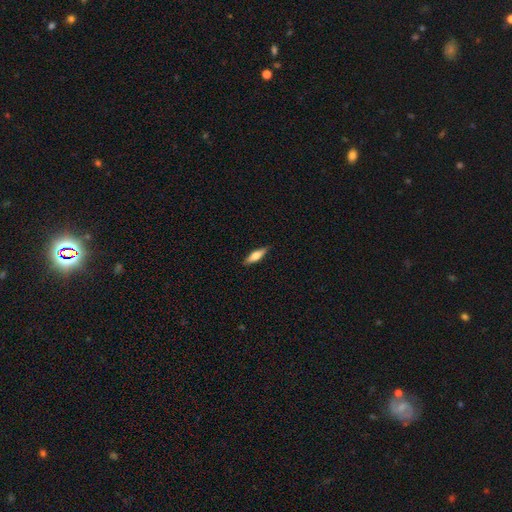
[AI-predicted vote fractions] The model was most divided on "how rounded": cigar-shaped: 58%, in between: 40%, round: 2%. More confident: merging — none (88%); smooth or featured — smooth (58%).